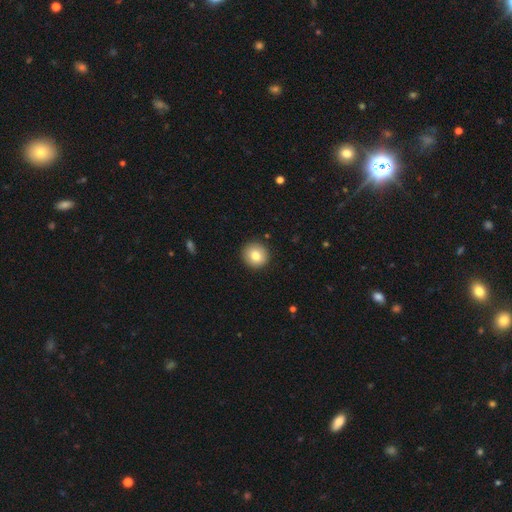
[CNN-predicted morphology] Q: Smooth or featured?
A: smooth (81%); runner-up: featured or disk (10%)
Q: How rounded?
A: round (92%); runner-up: in between (7%)
Q: Merging?
A: none (92%); runner-up: minor disturbance (6%)